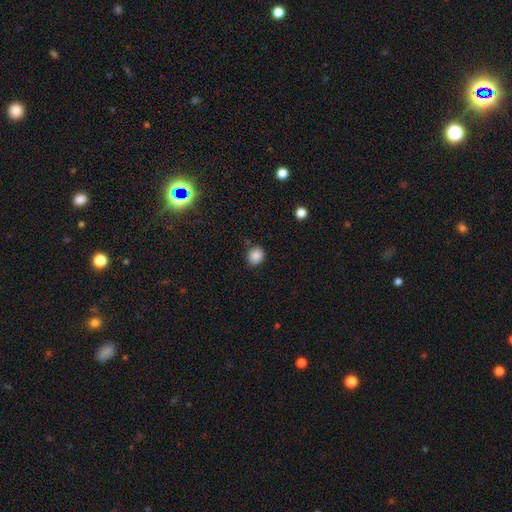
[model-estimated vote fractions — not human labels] Morphology: type=smooth (85%); roundness=round (80%); merging=none (85%).